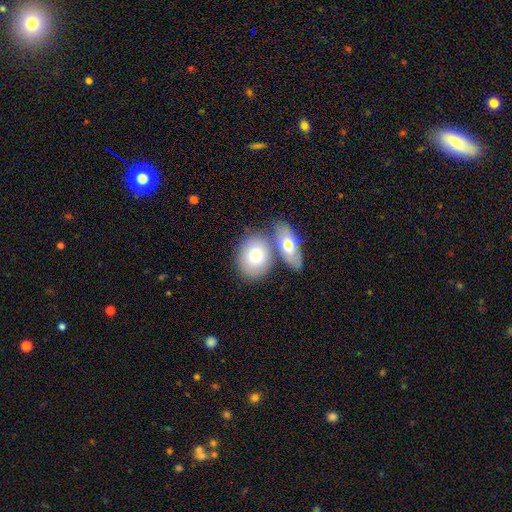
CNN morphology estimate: smooth-or-featured: smooth: 71% | featured or disk: 23% | star or artifact: 6%
  how-rounded: in between: 60% | round: 38% | cigar-shaped: 2%
  merging: none: 49% | merger: 38% | minor disturbance: 10% | major disturbance: 3%